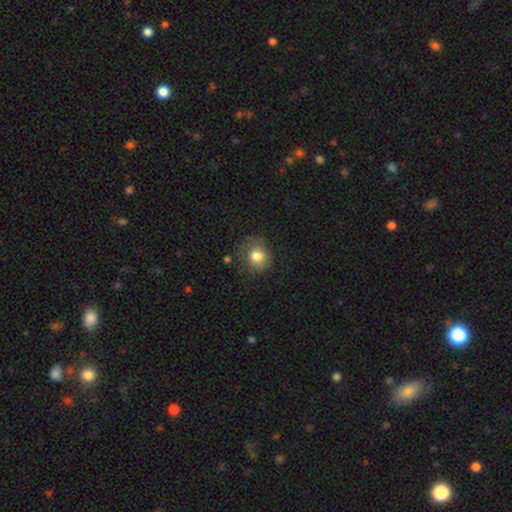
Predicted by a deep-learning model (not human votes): This appears to be a smooth galaxy with no disk features (78%) that is round (77%). Merging: none (62%).